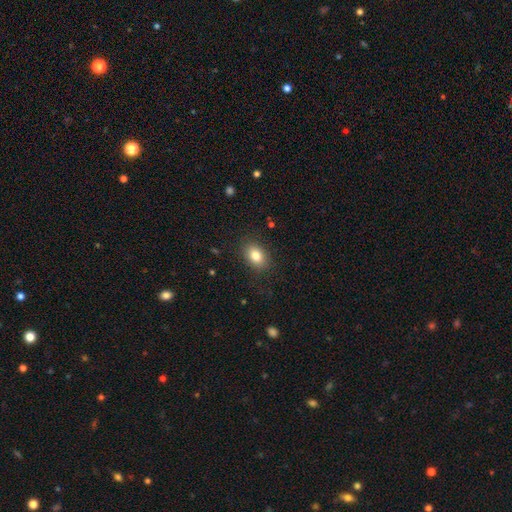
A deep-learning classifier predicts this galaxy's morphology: Smooth or featured? Predicted: smooth (p=0.82). How rounded? Predicted: in between (p=0.77). Merging? Predicted: none (p=0.87).